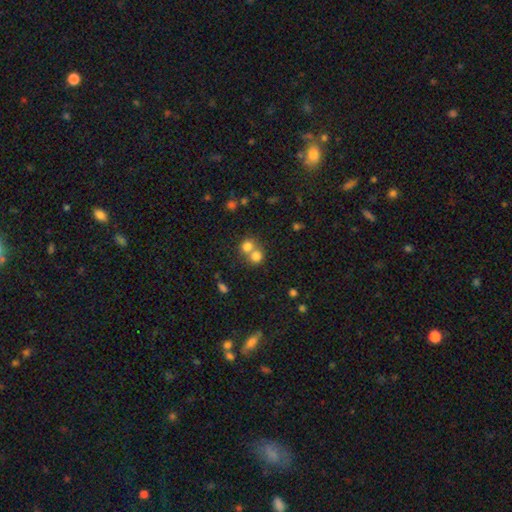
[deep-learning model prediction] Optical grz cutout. It shows a smooth galaxy with no disk features (76%) that is round (81%). Merging: merger (56%).